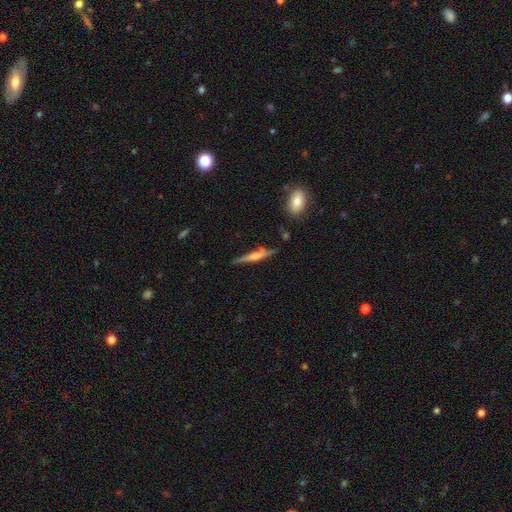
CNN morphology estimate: Smooth or featured? featured or disk (52%)
Edge-on disk? yes (93%)
Merging? none (71%)